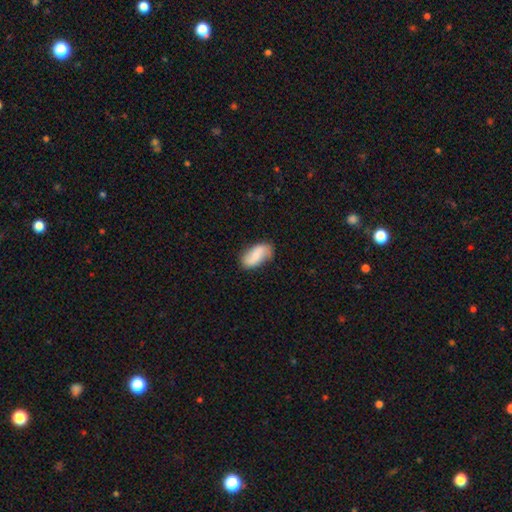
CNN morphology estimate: Smooth or featured: smooth — 61% (featured or disk — 32%)
How rounded: in between — 91% (cigar-shaped — 5%)
Merging: none — 75% (minor disturbance — 19%)